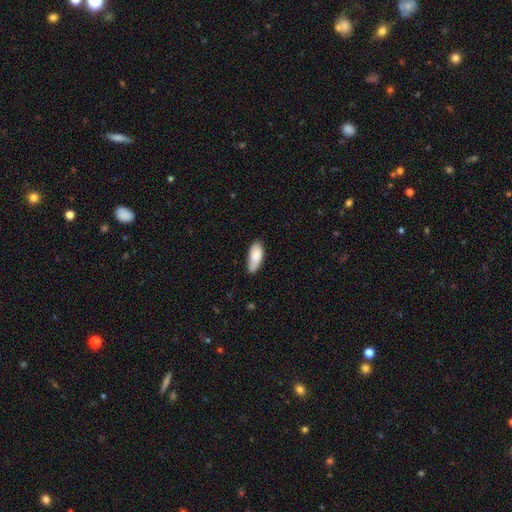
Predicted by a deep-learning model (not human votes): Q: Smooth or featured?
A: smooth (84%); runner-up: featured or disk (10%)
Q: How rounded?
A: in between (82%); runner-up: cigar-shaped (16%)
Q: Merging?
A: none (62%); runner-up: minor disturbance (29%)